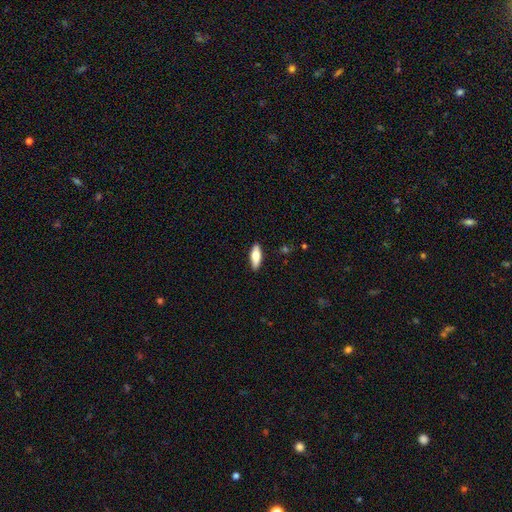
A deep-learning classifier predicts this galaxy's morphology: type=smooth (68%); roundness=in between (62%); merging=none (88%).